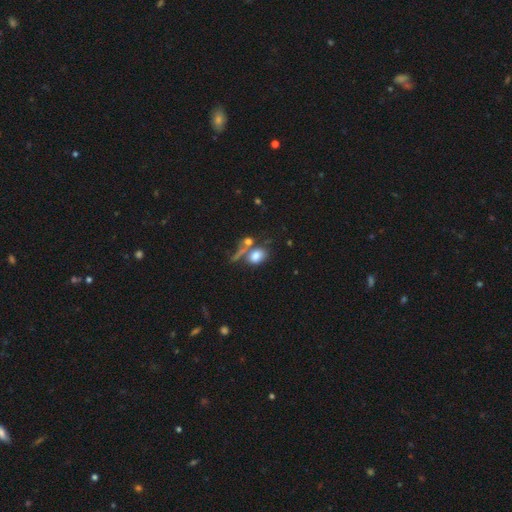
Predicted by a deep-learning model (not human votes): Smooth or featured: smooth — 76% (featured or disk — 13%)
How rounded: in between — 69% (round — 29%)
Merging: none — 41% (merger — 35%)